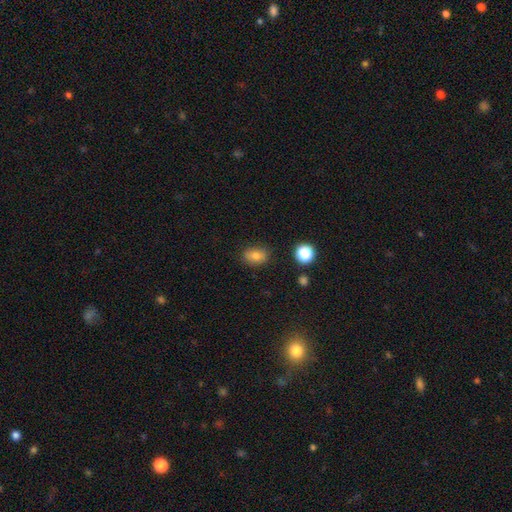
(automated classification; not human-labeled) Smooth or featured: smooth — 78% (star or artifact — 12%)
How rounded: in between — 70% (round — 28%)
Merging: none — 81% (minor disturbance — 14%)